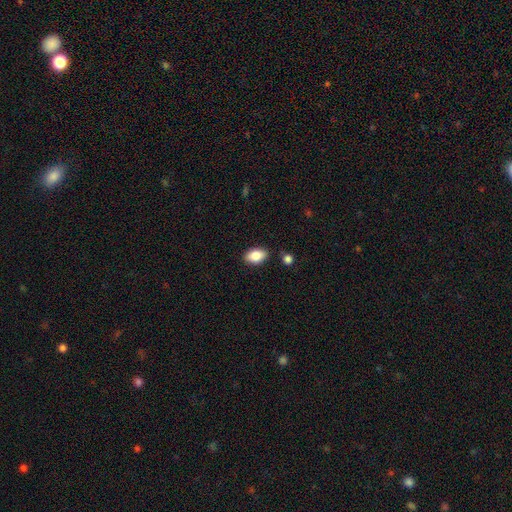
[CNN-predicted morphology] Smooth or featured?
  - smooth: 85% *
  - featured or disk: 8%
  - star or artifact: 7%
How rounded?
  - in between: 91% *
  - round: 8%
  - cigar-shaped: 2%
Merging?
  - none: 85% *
  - minor disturbance: 10%
  - merger: 3%
  - major disturbance: 2%